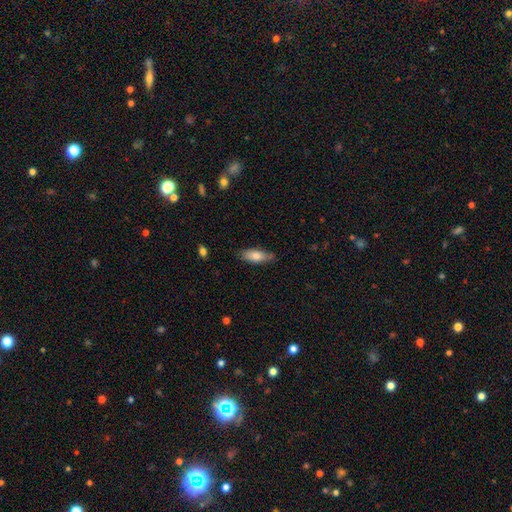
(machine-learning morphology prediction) A smooth galaxy with no disk features (75%) that is in between round and cigar-shaped (64%). Merging: none (79%).